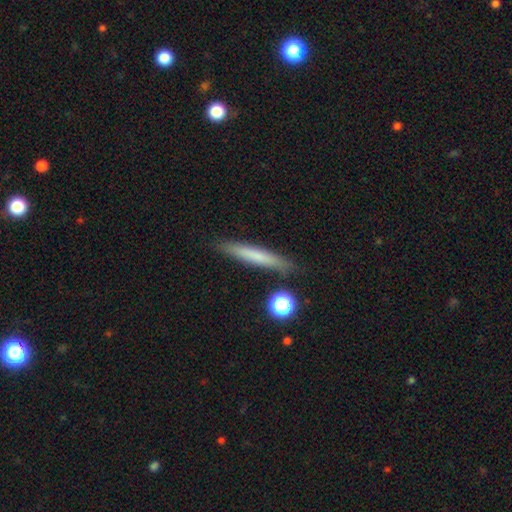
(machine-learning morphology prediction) Smooth or featured?
  - smooth: 66% *
  - featured or disk: 26%
  - star or artifact: 8%
How rounded?
  - cigar-shaped: 94% *
  - in between: 4%
  - round: 2%
Merging?
  - none: 87% *
  - minor disturbance: 9%
  - merger: 2%
  - major disturbance: 2%